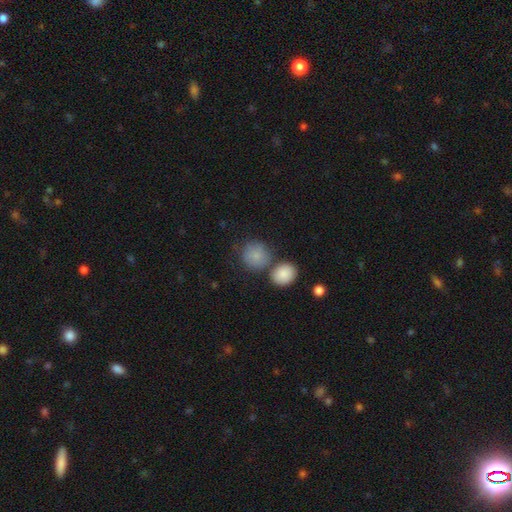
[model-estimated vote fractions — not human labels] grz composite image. It shows a smooth galaxy with no disk features (85%) that is round (84%). Merging: none (60%).